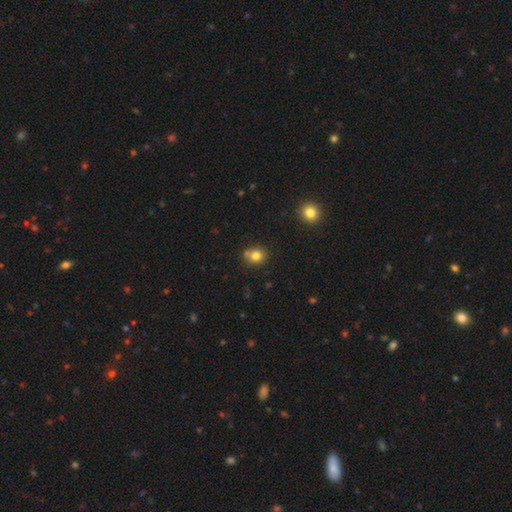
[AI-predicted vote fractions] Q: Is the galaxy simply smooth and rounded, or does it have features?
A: smooth — 79%.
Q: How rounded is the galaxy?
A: round — 77%.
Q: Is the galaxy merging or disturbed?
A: none — 68%.